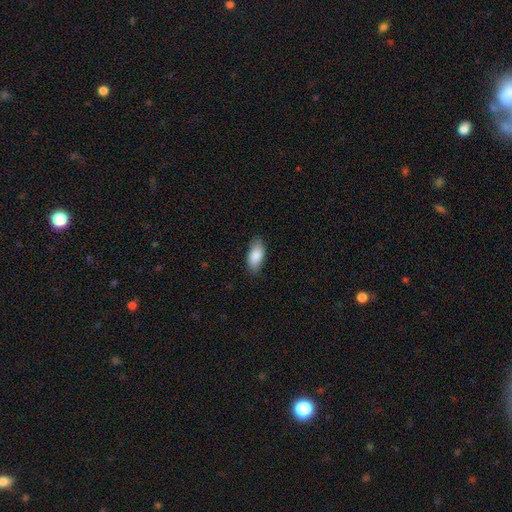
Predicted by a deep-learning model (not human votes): A smooth galaxy with no disk features (87%) that is in between round and cigar-shaped (91%).

Vote fractions:
- Smooth or featured? smooth: 87% / featured or disk: 6% / star or artifact: 6%
- How rounded? in between: 91% / cigar-shaped: 7% / round: 2%
- Merging? none: 84% / minor disturbance: 13% / major disturbance: 3% / merger: 1%